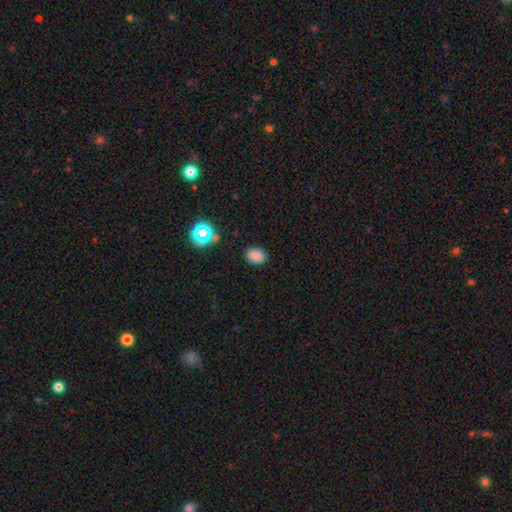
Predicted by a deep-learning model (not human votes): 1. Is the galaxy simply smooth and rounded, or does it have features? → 81% smooth, 15% star or artifact, 4% featured or disk.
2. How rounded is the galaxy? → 67% in between, 32% round, 1% cigar-shaped.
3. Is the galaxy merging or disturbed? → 86% none, 10% minor disturbance, 3% major disturbance, 2% merger.